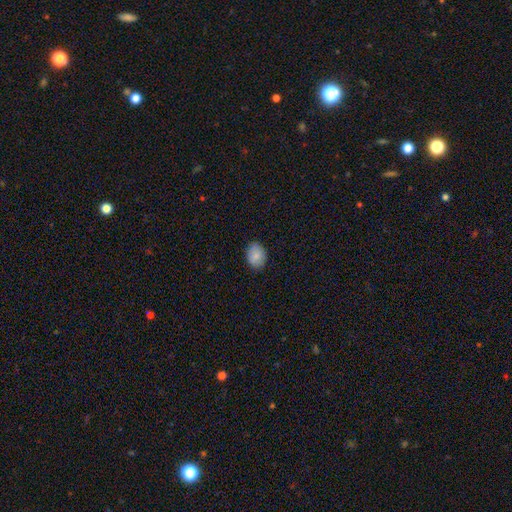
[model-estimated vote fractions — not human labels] The model was most divided on "how rounded": in between: 74%, round: 25%, cigar-shaped: 1%. More confident: smooth or featured — smooth (86%); merging — none (86%).